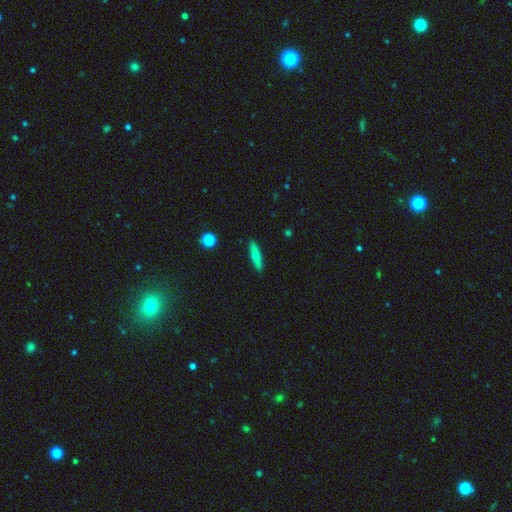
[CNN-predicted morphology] This appears to be a smooth galaxy with no disk features (71%) that is cigar-shaped (81%). Merging: none (89%).